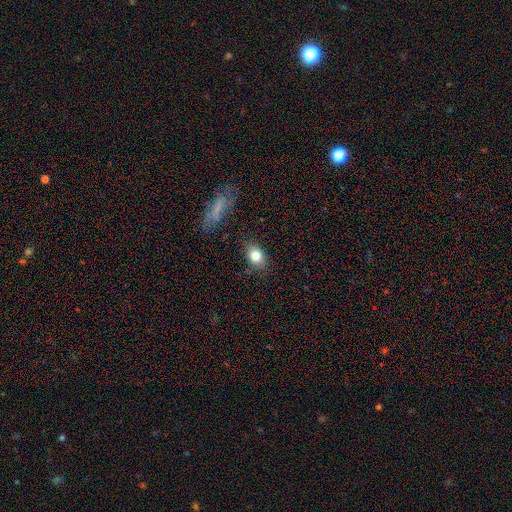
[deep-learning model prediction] Smooth or featured: smooth — 79% (featured or disk — 11%)
How rounded: in between — 75% (round — 23%)
Merging: none — 82% (minor disturbance — 13%)